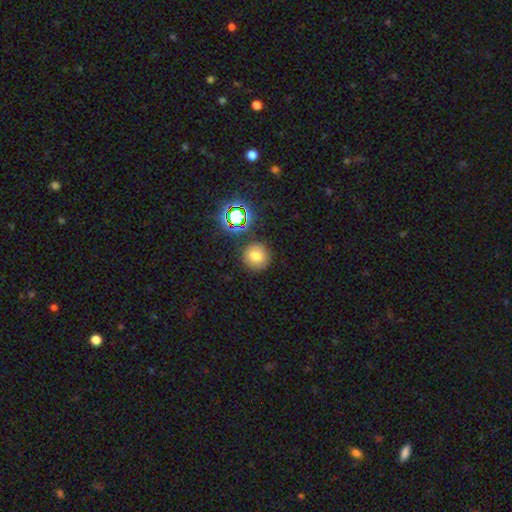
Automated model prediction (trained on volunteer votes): This is likely a smooth galaxy (73%). How rounded: clearly round (94%). Merging: clearly none (85%).